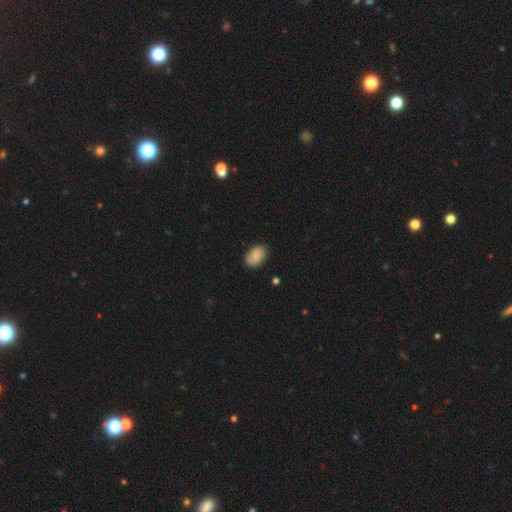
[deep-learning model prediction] A smooth galaxy with no disk features (83%) that is in between round and cigar-shaped (89%).

Vote fractions:
- Smooth or featured? smooth: 83% / featured or disk: 10% / star or artifact: 7%
- How rounded? in between: 89% / round: 10% / cigar-shaped: 1%
- Merging? none: 83% / minor disturbance: 13% / major disturbance: 3% / merger: 1%